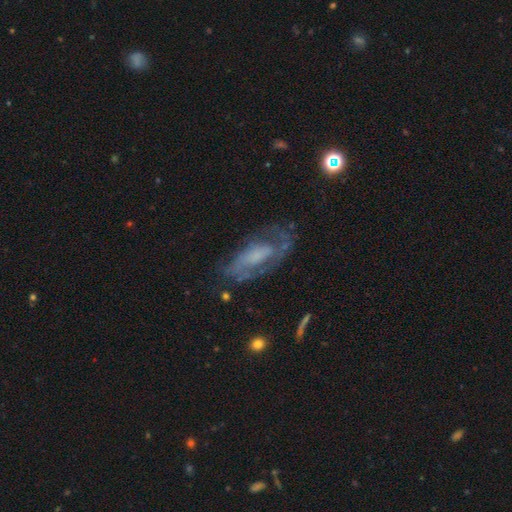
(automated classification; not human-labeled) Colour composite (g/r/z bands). It shows a featured or disk galaxy (71%) with no bar (57%), spiral arms (78%) and no central bulge (34%). Merging: none (58%).